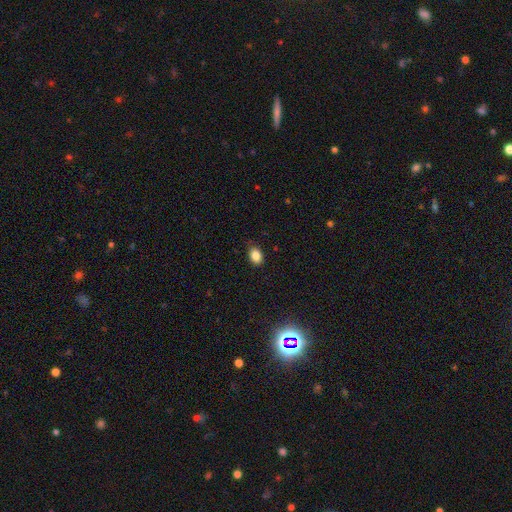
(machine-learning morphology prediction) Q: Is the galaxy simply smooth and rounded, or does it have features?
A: smooth — 85%.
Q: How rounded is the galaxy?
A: in between — 73%.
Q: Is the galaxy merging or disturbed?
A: none — 83%.